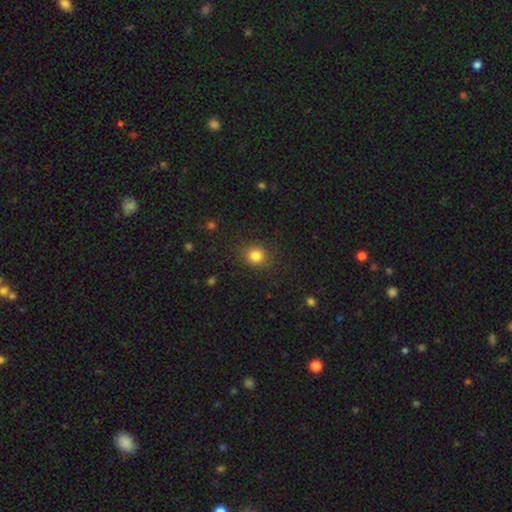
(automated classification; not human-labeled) Smooth or featured? smooth (82%)
How rounded? round (83%)
Merging? none (86%)